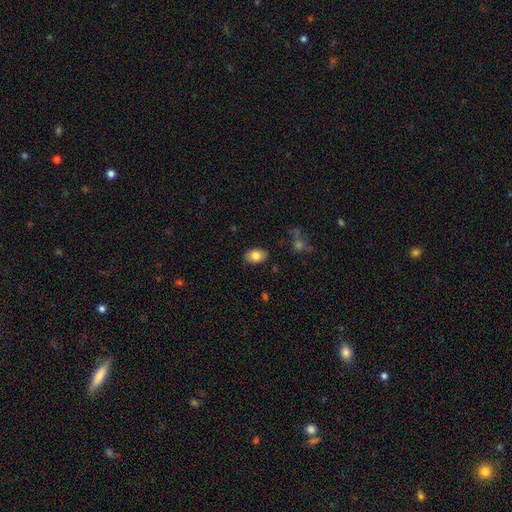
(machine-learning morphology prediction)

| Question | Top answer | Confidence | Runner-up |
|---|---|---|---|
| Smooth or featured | smooth | 82% | featured or disk (10%) |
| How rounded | in between | 89% | round (10%) |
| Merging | none | 84% | minor disturbance (12%) |